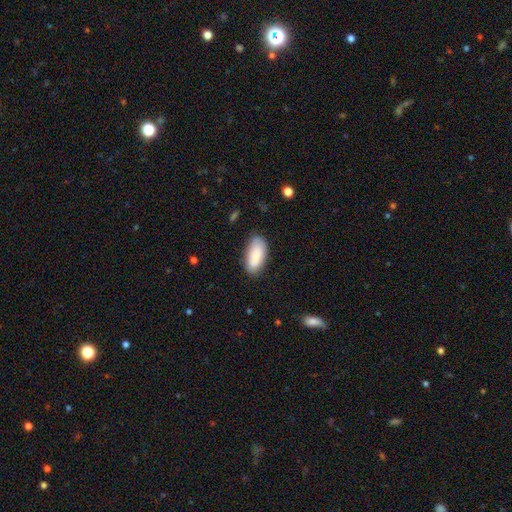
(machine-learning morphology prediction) This appears to be a smooth galaxy with no disk features (86%) that is in between round and cigar-shaped (91%). Merging: none (79%).